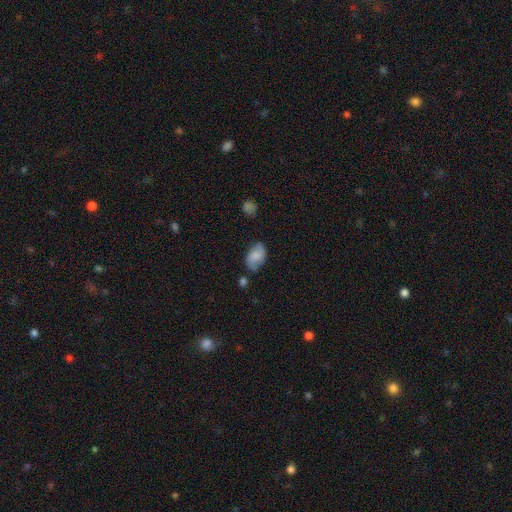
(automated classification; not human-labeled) Morphology: type=smooth (61%); roundness=in between (89%); merging=none (60%).